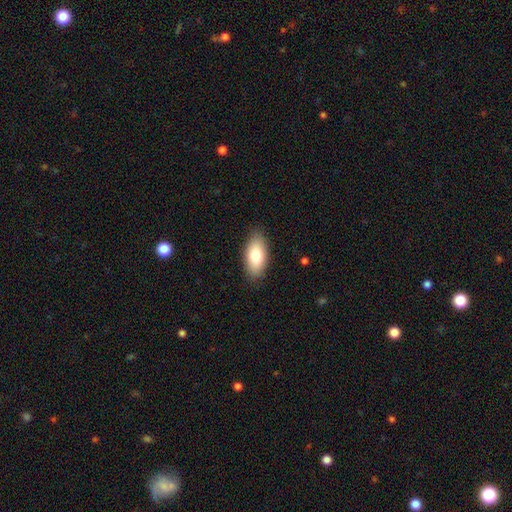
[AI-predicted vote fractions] Smooth or featured?
  - smooth: 78% *
  - featured or disk: 15%
  - star or artifact: 7%
How rounded?
  - in between: 91% *
  - cigar-shaped: 6%
  - round: 3%
Merging?
  - none: 87% *
  - minor disturbance: 10%
  - major disturbance: 2%
  - merger: 1%